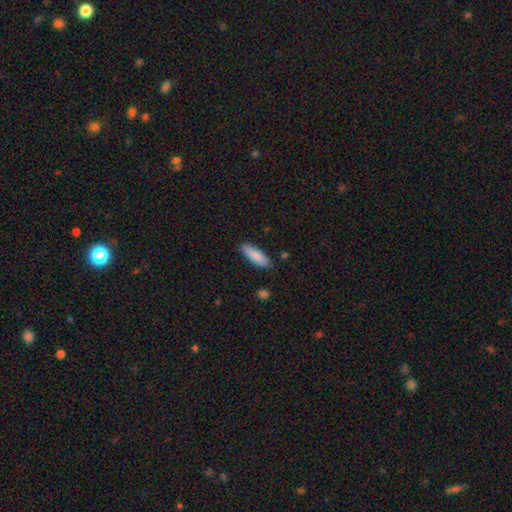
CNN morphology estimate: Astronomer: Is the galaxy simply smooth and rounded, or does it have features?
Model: smooth — 86%.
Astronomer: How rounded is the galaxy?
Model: in between — 51% (runner-up: cigar-shaped, 48%).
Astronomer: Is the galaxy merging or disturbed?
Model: none — 85%.